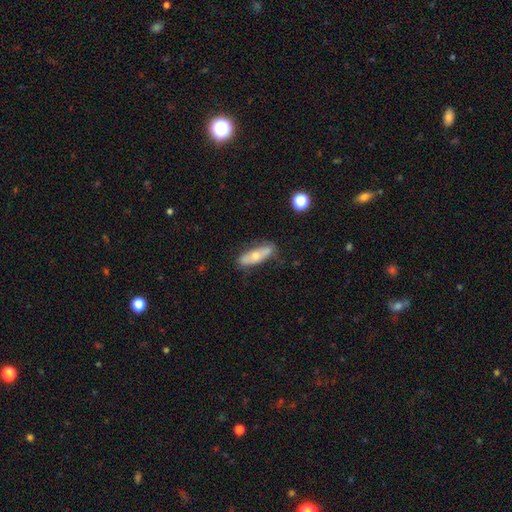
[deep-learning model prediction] Morphology: type=smooth (52%); roundness=in between (54%); merging=none (70%).